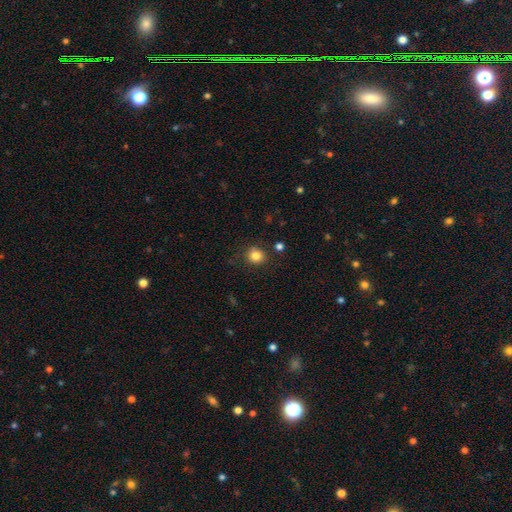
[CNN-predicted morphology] Overall: smooth (83%). How rounded: round (84%). Merging: none (86%).